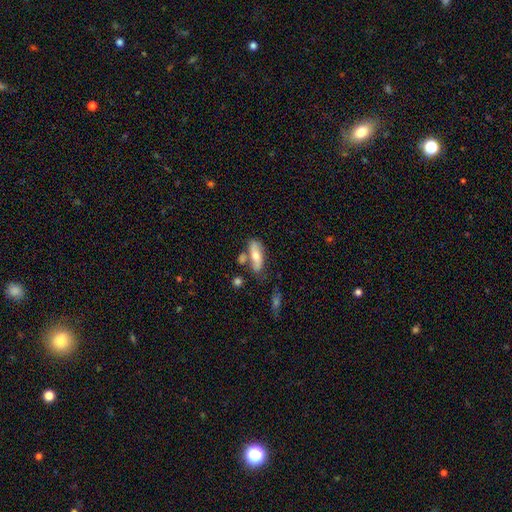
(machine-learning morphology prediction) A smooth galaxy with no disk features (54%) that is in between round and cigar-shaped (61%).

Vote fractions:
- Smooth or featured? smooth: 54% / featured or disk: 39% / star or artifact: 7%
- How rounded? in between: 61% / cigar-shaped: 35% / round: 3%
- Merging? none: 58% / minor disturbance: 19% / merger: 16% / major disturbance: 7%